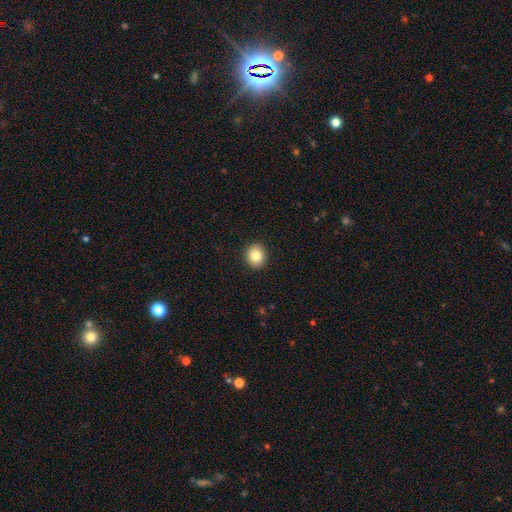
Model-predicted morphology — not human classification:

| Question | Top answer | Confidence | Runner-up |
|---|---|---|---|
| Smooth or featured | smooth | 83% | star or artifact (9%) |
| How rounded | round | 75% | in between (24%) |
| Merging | none | 92% | minor disturbance (5%) |